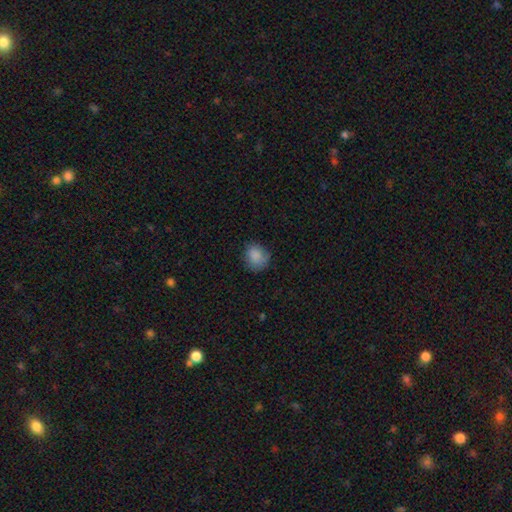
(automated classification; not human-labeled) smooth_or_featured: smooth (p=0.86) [alt: star or artifact p=0.09]
how_rounded: round (p=0.70) [alt: in between p=0.29]
merging: none (p=0.72) [alt: minor disturbance p=0.22]